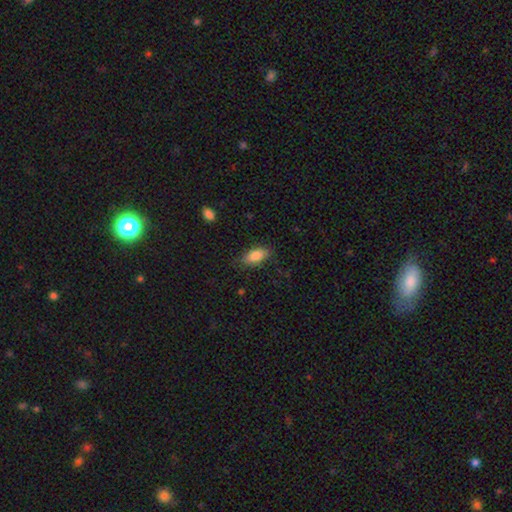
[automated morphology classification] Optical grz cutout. It shows a smooth galaxy with no disk features (84%) that is in between round and cigar-shaped (88%). Merging: none (83%).